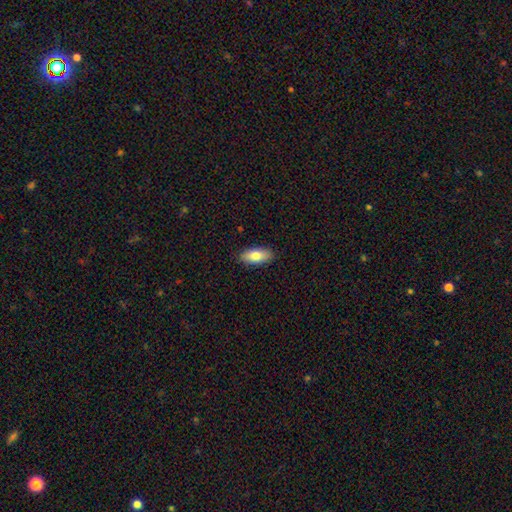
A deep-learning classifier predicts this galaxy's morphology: smooth-or-featured: smooth: 81% | featured or disk: 13% | star or artifact: 6%
  how-rounded: in between: 87% | cigar-shaped: 10% | round: 3%
  merging: none: 89% | minor disturbance: 9% | major disturbance: 2% | merger: 1%